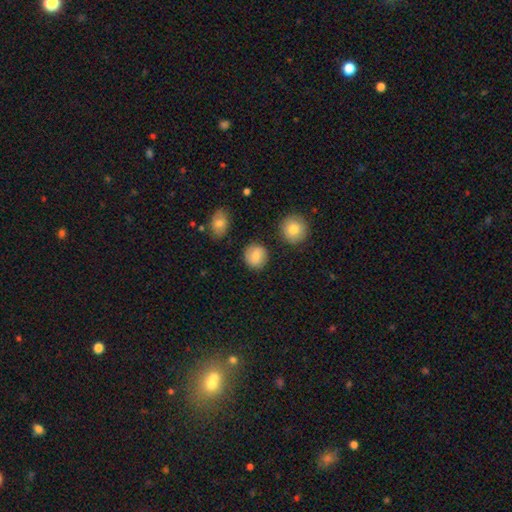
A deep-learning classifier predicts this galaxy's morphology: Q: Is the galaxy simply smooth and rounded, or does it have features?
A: smooth — 78%.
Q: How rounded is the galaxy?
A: round — 86%.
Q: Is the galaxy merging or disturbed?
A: none — 84%.